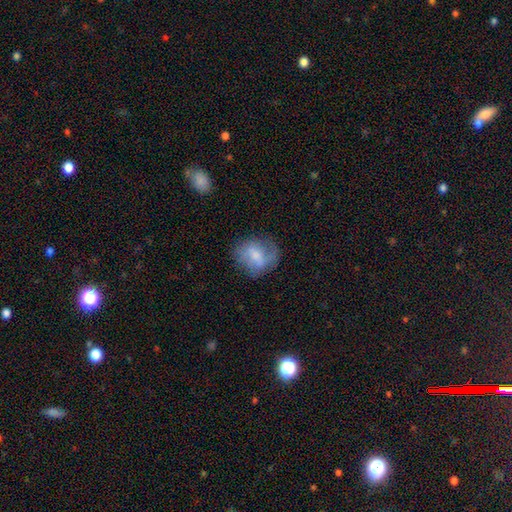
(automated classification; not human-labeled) Smooth or featured?
  - smooth: 55% *
  - featured or disk: 37%
  - star or artifact: 9%
How rounded?
  - round: 59% *
  - in between: 39%
  - cigar-shaped: 1%
Merging?
  - none: 59% *
  - minor disturbance: 24%
  - major disturbance: 15%
  - merger: 2%